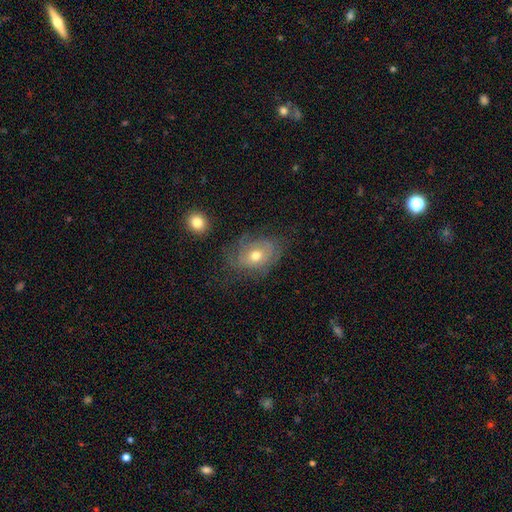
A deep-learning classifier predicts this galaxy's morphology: A featured or disk galaxy (55%) with no bar (82%), spiral arms (68%) and a moderate central bulge (73%).

Vote fractions:
- Smooth or featured? featured or disk: 55% / smooth: 35% / star or artifact: 10%
- Edge-on disk? no: 95% / yes: 5%
- Bar? no: 82% / weak: 15% / strong: 3%
- Spiral arms? yes: 68% / no: 32%
- Bulge size? moderate: 73% / small: 20% / large: 5% / none: 1% / dominant: 1%
- Merging? none: 55% / minor disturbance: 25% / major disturbance: 18% / merger: 2%